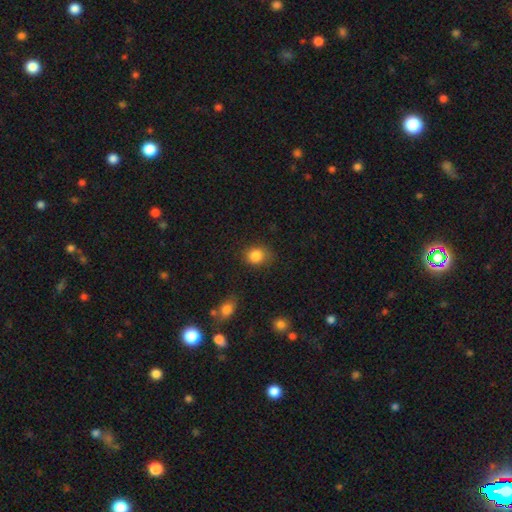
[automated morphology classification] smooth_or_featured: smooth (p=0.85) [alt: star or artifact p=0.10]
how_rounded: round (p=0.64) [alt: in between p=0.35]
merging: none (p=0.74) [alt: minor disturbance p=0.19]